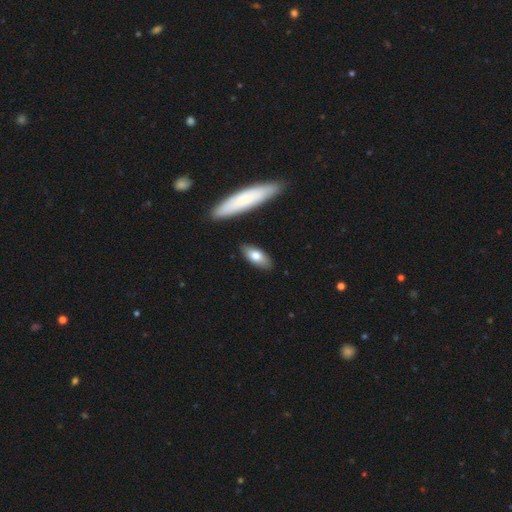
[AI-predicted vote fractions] Smooth or featured: smooth — 73% (featured or disk — 21%)
How rounded: in between — 77% (cigar-shaped — 21%)
Merging: none — 84% (minor disturbance — 10%)